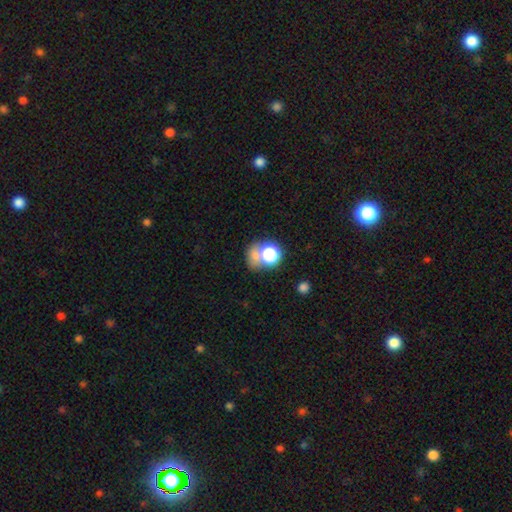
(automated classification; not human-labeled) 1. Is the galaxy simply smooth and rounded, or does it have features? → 64% smooth, 23% star or artifact, 12% featured or disk.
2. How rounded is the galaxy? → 69% round, 30% in between, 1% cigar-shaped.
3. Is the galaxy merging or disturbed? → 43% none, 33% merger, 12% minor disturbance, 11% major disturbance.